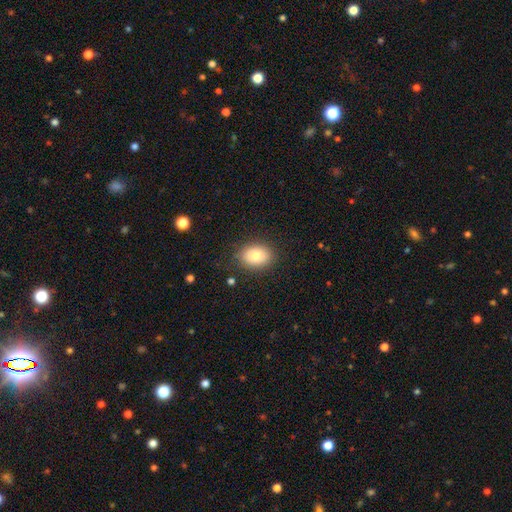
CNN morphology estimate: This appears to be a smooth galaxy with no disk features (79%) that is in between round and cigar-shaped (65%). Merging: none (86%).